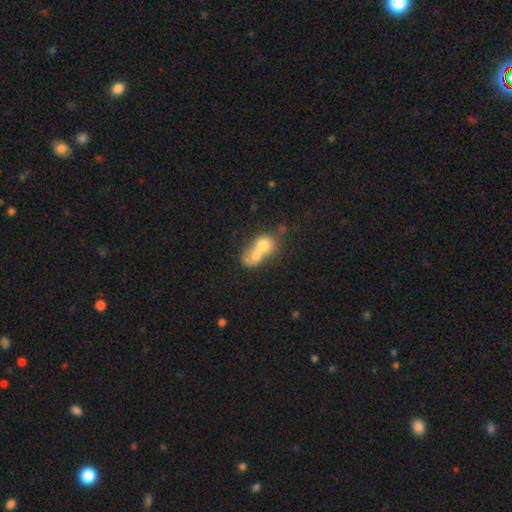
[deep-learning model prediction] Q: Smooth or featured?
A: smooth (68%); runner-up: featured or disk (23%)
Q: How rounded?
A: round (55%); runner-up: in between (44%)
Q: Merging?
A: merger (80%); runner-up: none (12%)